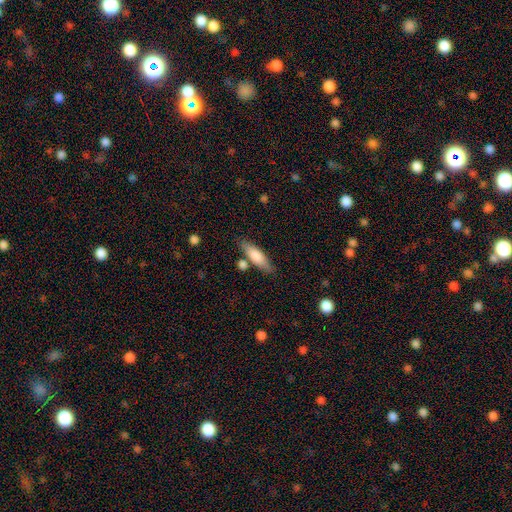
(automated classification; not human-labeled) This is likely a smooth galaxy (76%). How rounded: possibly cigar-shaped (57%). Merging: likely none (74%).